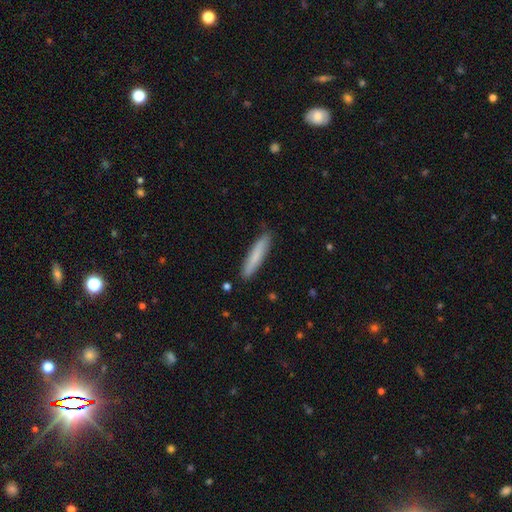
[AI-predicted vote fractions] This is likely a smooth galaxy (78%). How rounded: clearly cigar-shaped (90%). Merging: clearly none (89%).